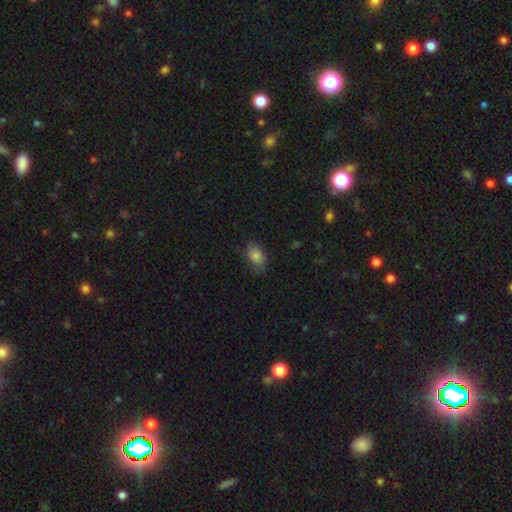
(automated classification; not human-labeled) The model was most divided on "merging": none: 74%, minor disturbance: 20%, major disturbance: 5%, merger: 1%. More confident: how rounded — in between (87%); smooth or featured — smooth (79%).